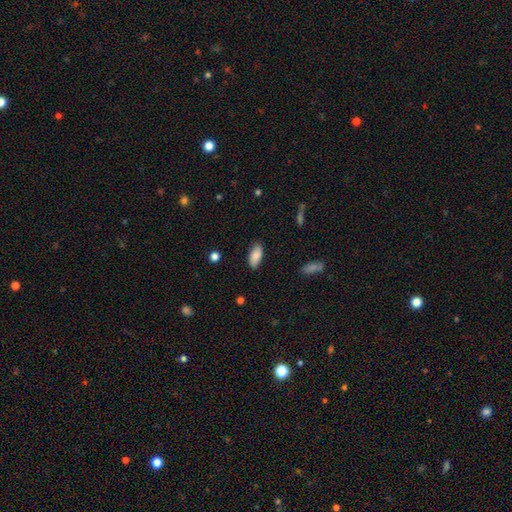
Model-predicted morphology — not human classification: Smooth or featured: smooth — 83% (featured or disk — 11%)
How rounded: in between — 90% (cigar-shaped — 8%)
Merging: none — 83% (minor disturbance — 13%)